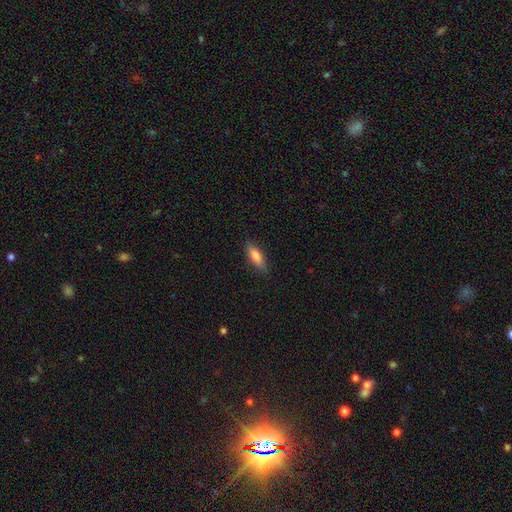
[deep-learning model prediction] Smooth or featured? Predicted: smooth (p=0.79). How rounded? Predicted: in between (p=0.60). Merging? Predicted: none (p=0.84).